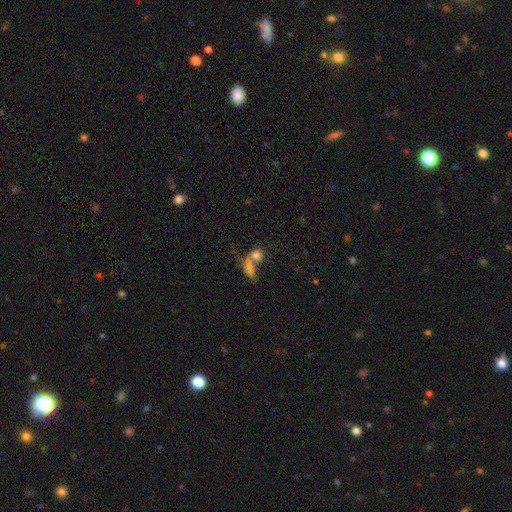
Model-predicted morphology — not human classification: This appears to be a smooth galaxy with no disk features (71%) that is in between round and cigar-shaped (53%). Merging: merger (49%).